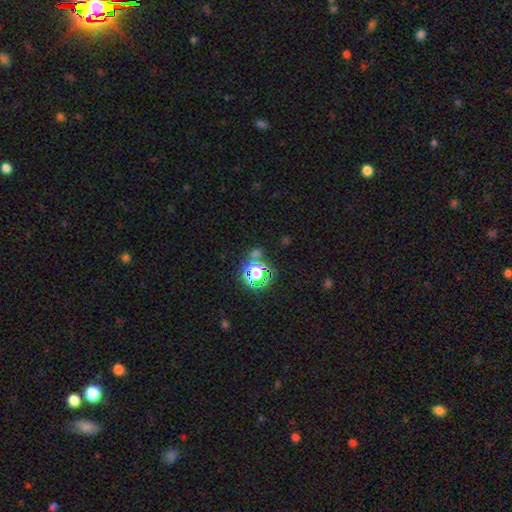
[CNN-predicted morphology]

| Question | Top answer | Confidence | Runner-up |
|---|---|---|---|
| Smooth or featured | star or artifact | 64% | smooth (28%) |